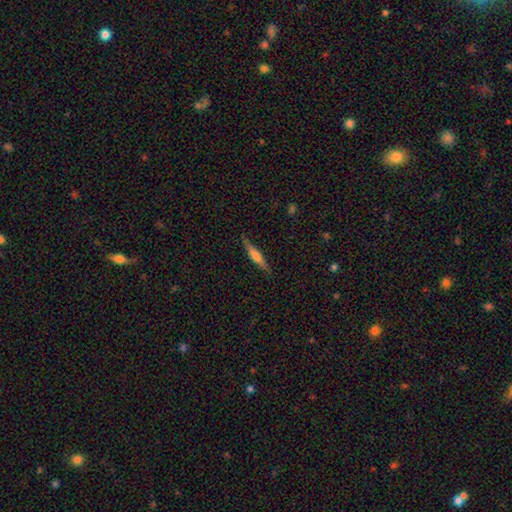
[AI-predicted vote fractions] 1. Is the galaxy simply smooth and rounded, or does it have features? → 47% featured or disk, 46% smooth, 6% star or artifact.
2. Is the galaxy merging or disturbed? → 86% none, 10% minor disturbance, 2% major disturbance, 1% merger.